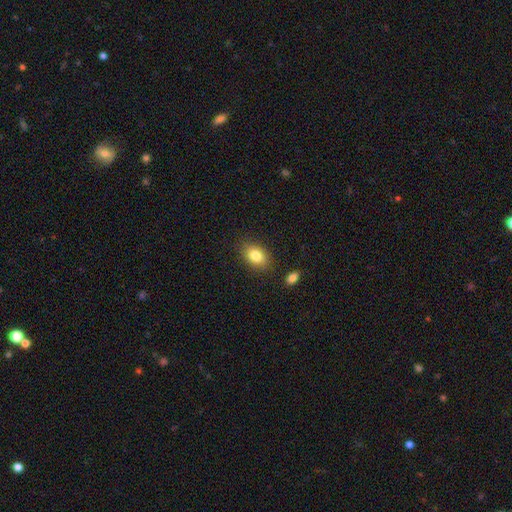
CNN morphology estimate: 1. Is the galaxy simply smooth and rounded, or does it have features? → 84% smooth, 8% star or artifact, 8% featured or disk.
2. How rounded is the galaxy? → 82% in between, 16% round, 1% cigar-shaped.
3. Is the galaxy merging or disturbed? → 85% none, 10% minor disturbance, 3% major disturbance, 2% merger.